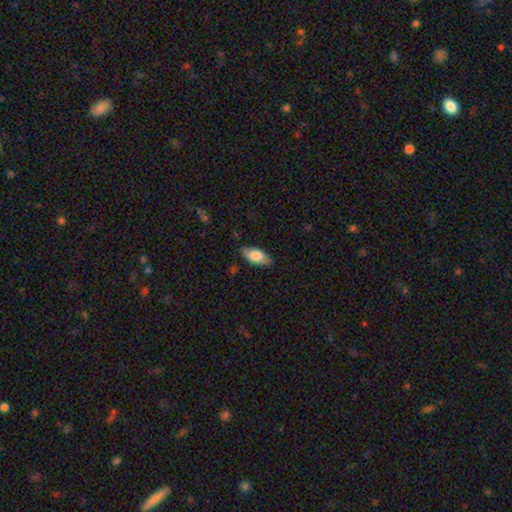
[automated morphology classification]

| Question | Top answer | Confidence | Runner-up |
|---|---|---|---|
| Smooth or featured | smooth | 75% | featured or disk (19%) |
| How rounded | in between | 89% | cigar-shaped (8%) |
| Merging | none | 78% | minor disturbance (17%) |